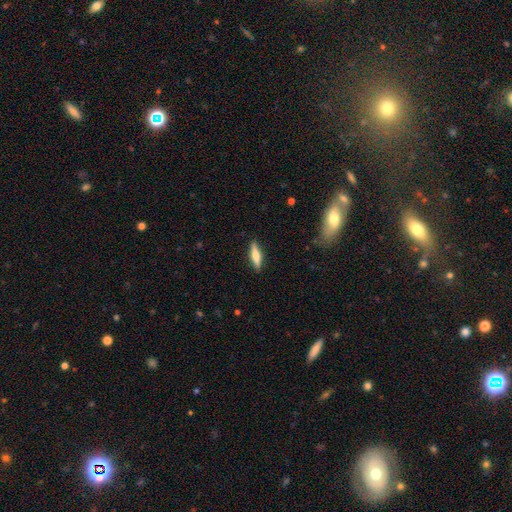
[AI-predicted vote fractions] Overall: smooth (65%; featured or disk 29%). How rounded: cigar-shaped (69%; in between 30%). Merging: none (86%).